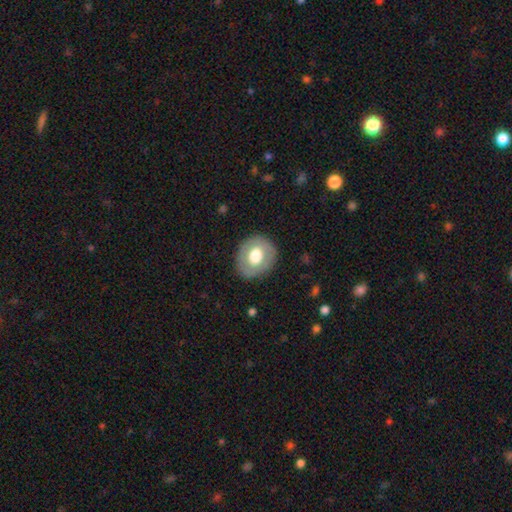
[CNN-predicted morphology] Smooth or featured? smooth (60%)
How rounded? round (66%)
Merging? none (84%)